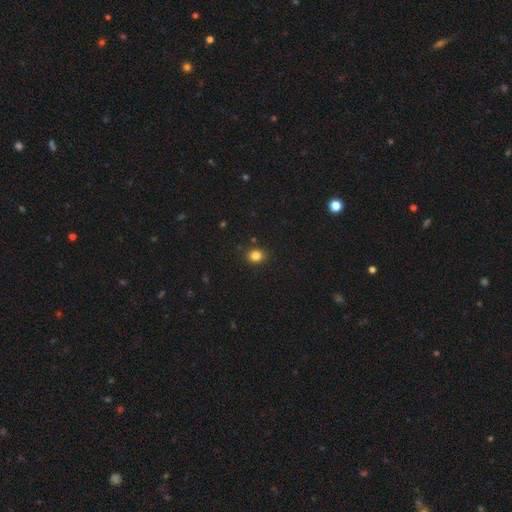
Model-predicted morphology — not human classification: Overall: smooth (83%). How rounded: round (73%). Merging: none (90%).